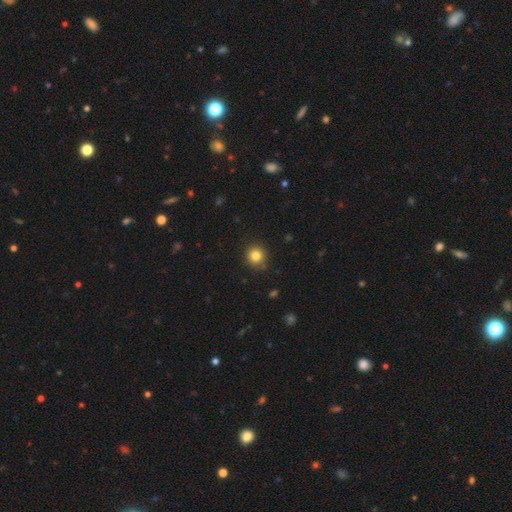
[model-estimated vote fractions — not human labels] smooth 83%, star or artifact 11%, featured or disk 6%. Down the decision tree: how rounded — round (93%); merging — none (88%).